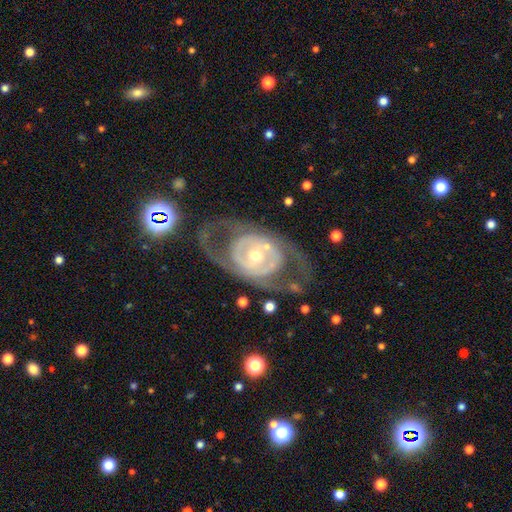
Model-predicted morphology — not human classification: Smooth or featured? Predicted: featured or disk (p=0.81). Edge-on disk? Predicted: no (p=0.94). Bar? Predicted: no (p=0.69). Spiral arms? Predicted: yes (p=0.54). Bulge size? Predicted: moderate (p=0.57). Merging? Predicted: none (p=0.63).